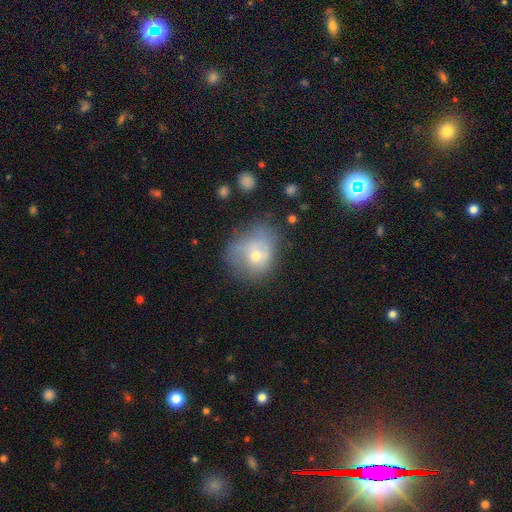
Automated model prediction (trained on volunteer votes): Smooth or featured? Predicted: smooth (p=0.54). How rounded? Predicted: round (p=0.63). Merging? Predicted: none (p=0.43).